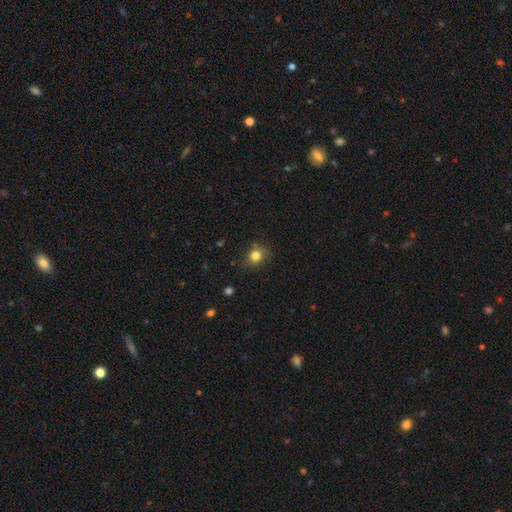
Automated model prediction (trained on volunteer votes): The model was most divided on "how rounded": round: 73%, in between: 26%, cigar-shaped: 1%. More confident: smooth or featured — smooth (82%); merging — none (80%).